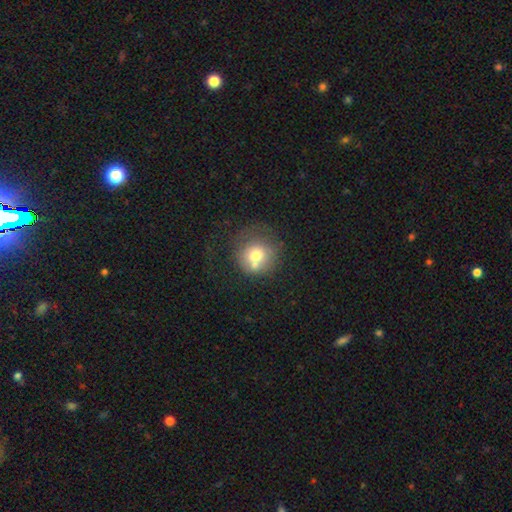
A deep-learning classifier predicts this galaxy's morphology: Overall: smooth (68%). How rounded: round (89%). Merging: none (45%; merger 27%).